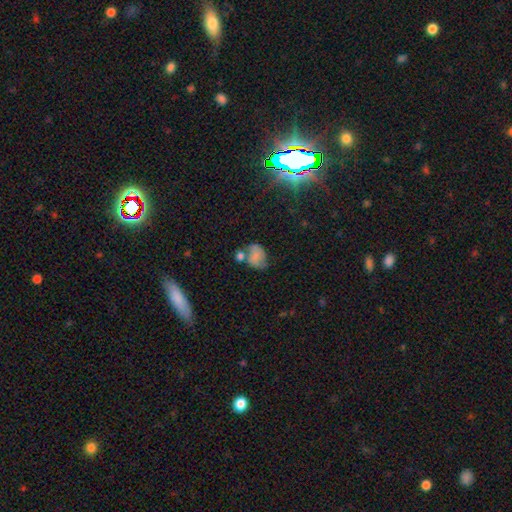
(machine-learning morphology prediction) smooth_or_featured: smooth (p=0.62) [alt: featured or disk p=0.26]
how_rounded: in between (p=0.61) [alt: round p=0.38]
merging: none (p=0.36) [alt: merger p=0.31]